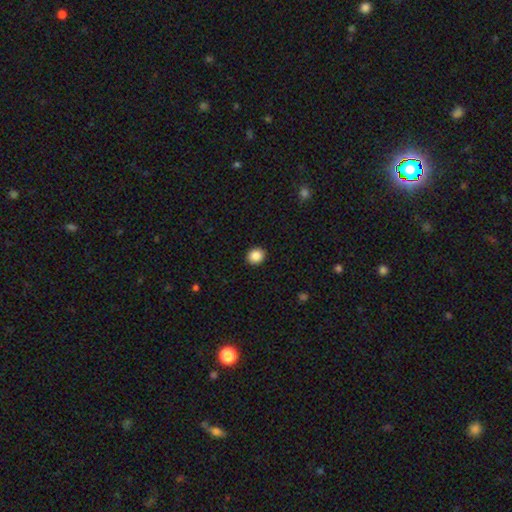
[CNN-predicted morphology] Smooth or featured? smooth (87%)
How rounded? round (82%)
Merging? none (92%)